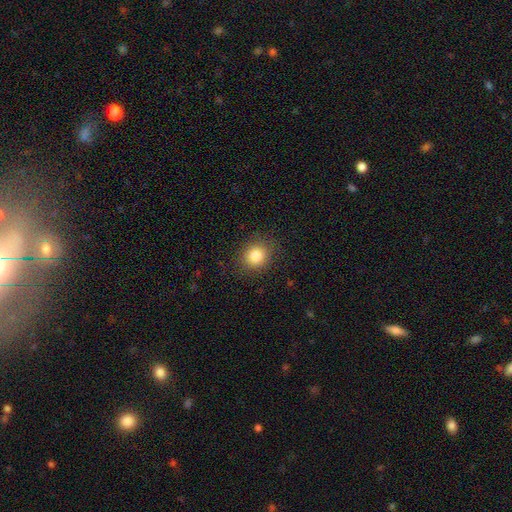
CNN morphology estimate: type=smooth (83%); roundness=round (71%); merging=none (86%).